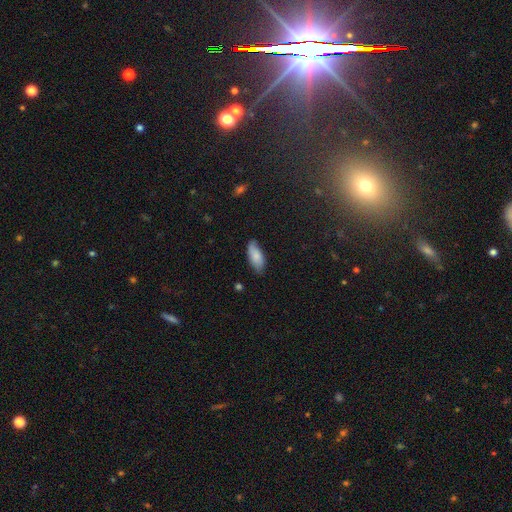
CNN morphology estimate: Overall: smooth (80%). How rounded: in between (83%). Merging: none (73%).